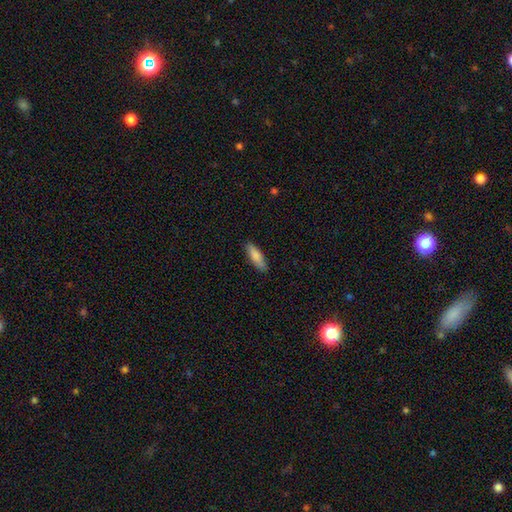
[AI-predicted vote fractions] Overall: smooth (85%). How rounded: in between (51%; cigar-shaped 48%). Merging: none (86%).